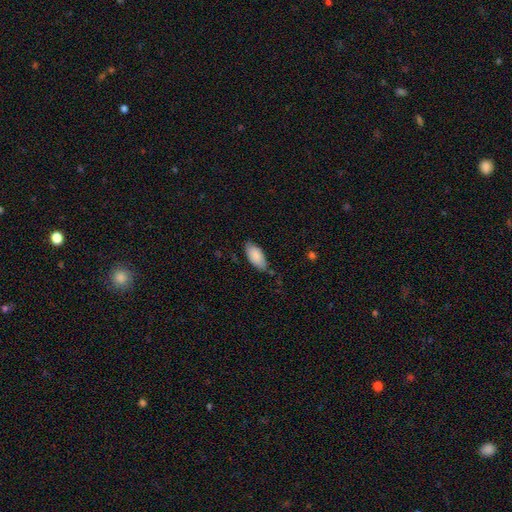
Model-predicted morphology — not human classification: A smooth galaxy with no disk features (86%) that is in between round and cigar-shaped (91%). Merging: none (72%).